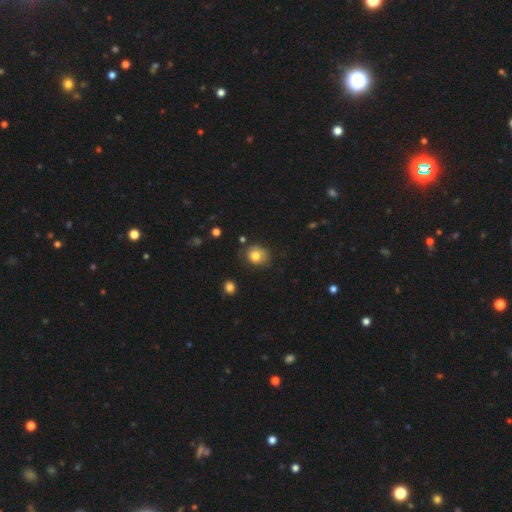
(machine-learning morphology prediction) A smooth galaxy with no disk features (78%) that is round (54%). Merging: none (68%).